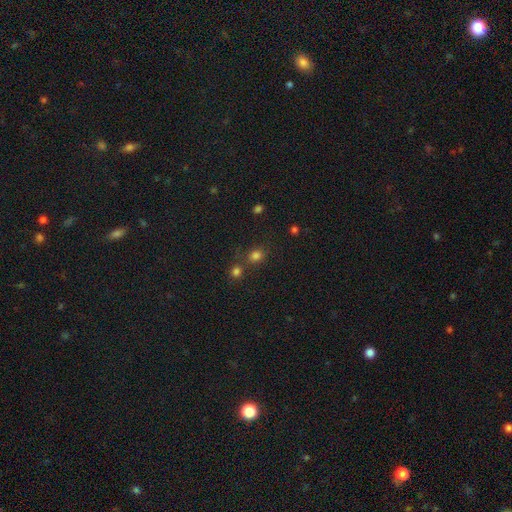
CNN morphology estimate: Smooth or featured?
  - smooth: 77% *
  - star or artifact: 17%
  - featured or disk: 6%
How rounded?
  - round: 65% *
  - in between: 33%
  - cigar-shaped: 1%
Merging?
  - none: 64% *
  - merger: 22%
  - minor disturbance: 10%
  - major disturbance: 4%